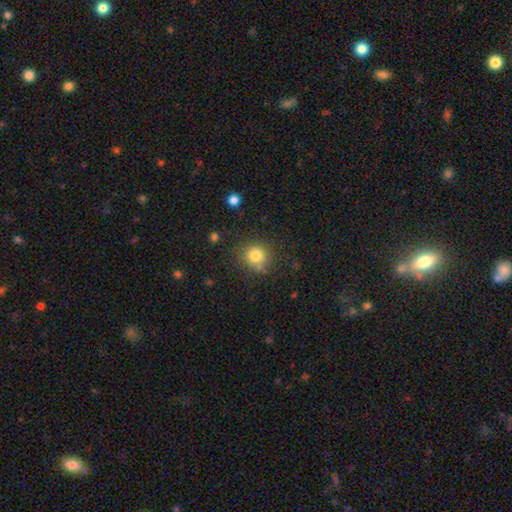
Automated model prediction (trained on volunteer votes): The model was most divided on "smooth or featured": smooth: 81%, star or artifact: 13%, featured or disk: 7%. More confident: how rounded — round (90%); merging — none (80%).